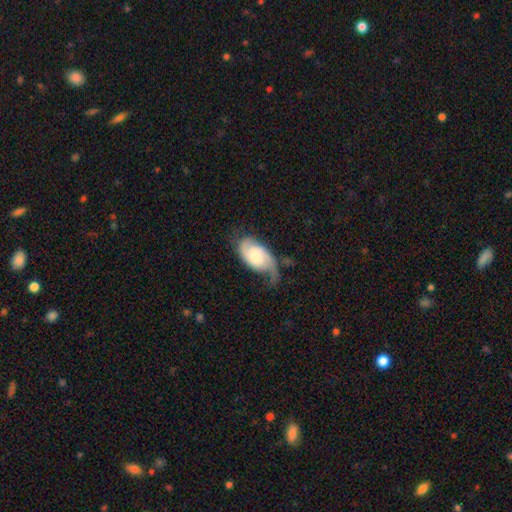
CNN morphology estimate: smooth-or-featured: featured or disk: 73% | smooth: 21% | star or artifact: 6%
  disk-edge-on: no: 97% | yes: 3%
    bar: no: 49% | weak: 41% | strong: 10%
    has-spiral-arms: yes: 95% | no: 5%
      spiral-winding: medium: 43% | loose: 33% | tight: 24%
      spiral-arm-count: 2: 78% | 1: 12% | can't tell: 6% | 3: 2% | 4: 1% | more than 4: 1%
    bulge-size: moderate: 29% | large: 26% | small: 21% | none: 19% | dominant: 6%
  merging: none: 43% | minor disturbance: 31% | major disturbance: 23% | merger: 2%